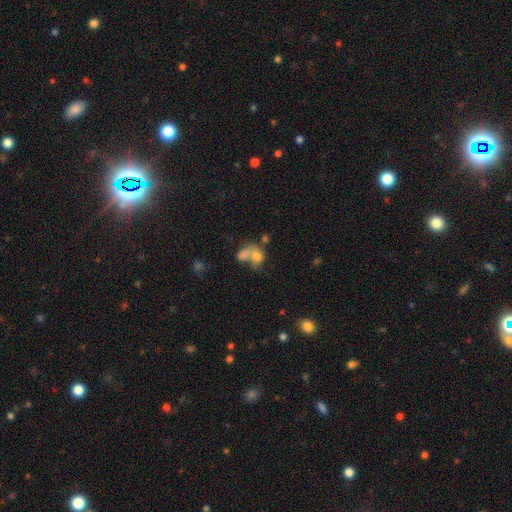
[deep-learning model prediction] Overall: smooth (70%). How rounded: in between (55%; round 43%). Merging: merger (63%).